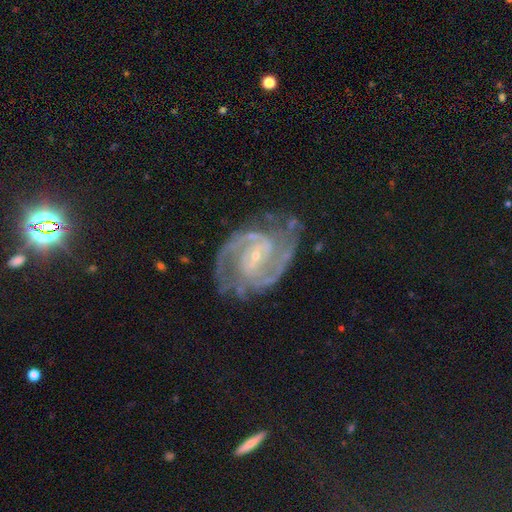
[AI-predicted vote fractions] A featured or disk galaxy (91%) with a weak bar (44%), 2 (74%) medium (49%) spiral arms (98%) and a small central bulge (84%).

Vote fractions:
- Smooth or featured? featured or disk: 91% / star or artifact: 5% / smooth: 3%
- Edge-on disk? no: 98% / yes: 2%
- Bar? weak: 44% / no: 31% / strong: 25%
- Spiral arms? yes: 98% / no: 2%
- Spiral winding? medium: 49% / tight: 44% / loose: 7%
- Spiral arm count? 2: 74% / 3: 10% / can't tell: 7% / 4: 4% / 1: 3% / more than 4: 3%
- Bulge size? small: 84% / moderate: 12% / none: 2% / large: 1% / dominant: 1%
- Merging? none: 71% / minor disturbance: 18% / major disturbance: 9% / merger: 2%